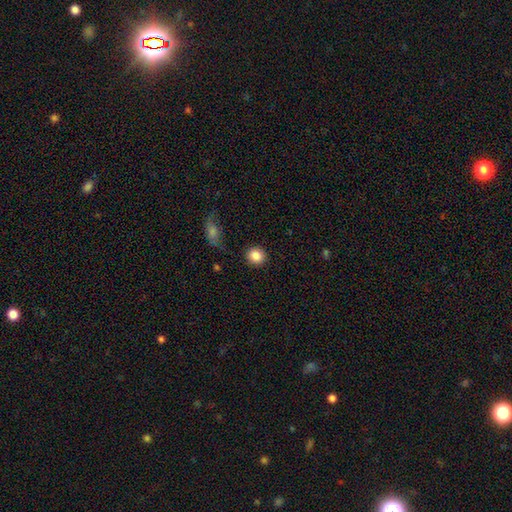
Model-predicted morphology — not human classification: smooth 86%, star or artifact 9%, featured or disk 5%. Down the decision tree: how rounded — round (86%); merging — none (88%).